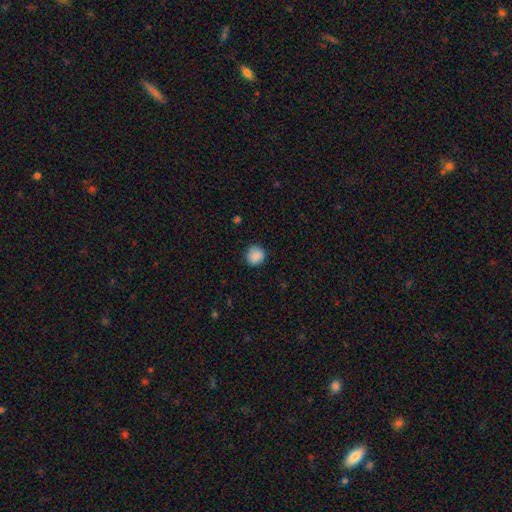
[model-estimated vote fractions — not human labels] Smooth or featured? Predicted: smooth (p=0.88). How rounded? Predicted: round (p=0.90). Merging? Predicted: none (p=0.87).